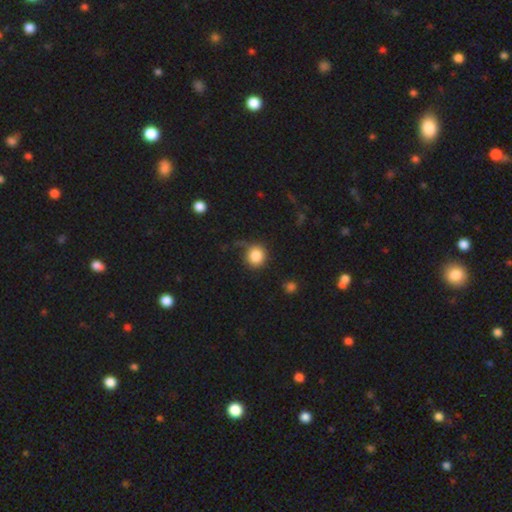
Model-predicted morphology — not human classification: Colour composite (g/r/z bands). It shows a smooth galaxy with no disk features (85%) that is round (90%). Merging: none (67%).